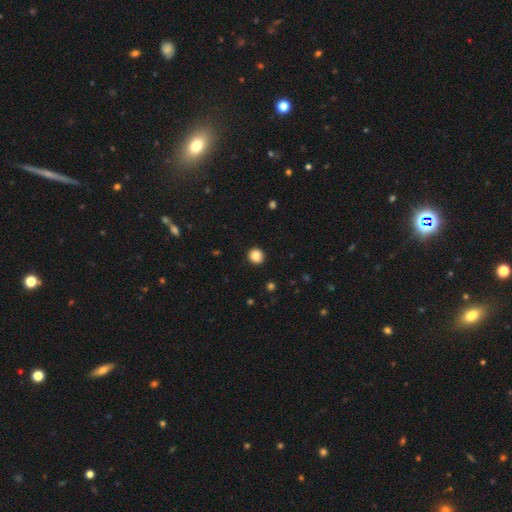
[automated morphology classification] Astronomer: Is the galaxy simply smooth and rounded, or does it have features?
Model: smooth — 86%.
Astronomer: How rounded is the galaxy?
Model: round — 93%.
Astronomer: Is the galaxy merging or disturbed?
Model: none — 92%.